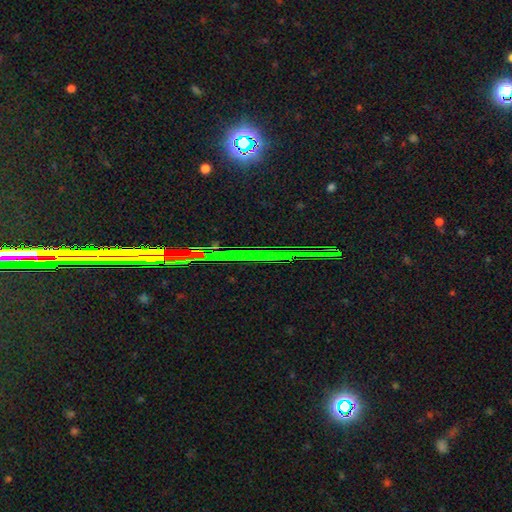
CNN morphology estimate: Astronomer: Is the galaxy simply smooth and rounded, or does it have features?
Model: star or artifact — 73%.